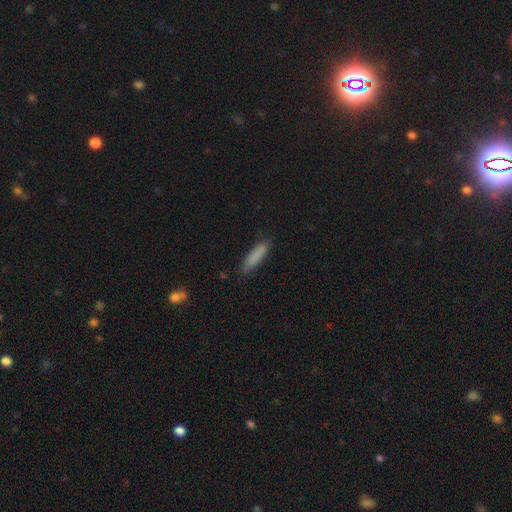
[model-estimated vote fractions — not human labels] Smooth or featured? Predicted: smooth (p=0.86). How rounded? Predicted: cigar-shaped (p=0.75). Merging? Predicted: none (p=0.81).